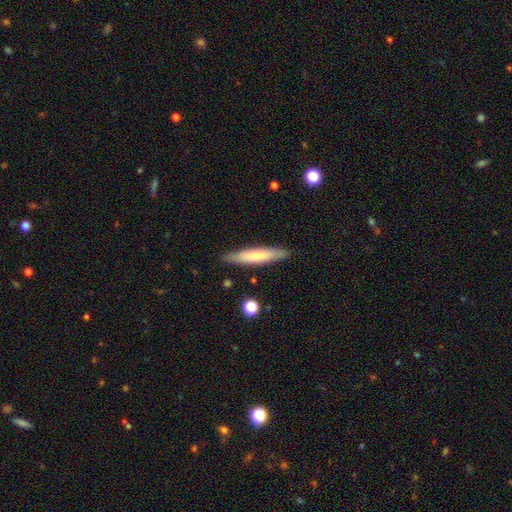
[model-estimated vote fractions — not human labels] This appears to be a smooth galaxy with no disk features (52%) that is cigar-shaped (91%). Merging: none (88%).